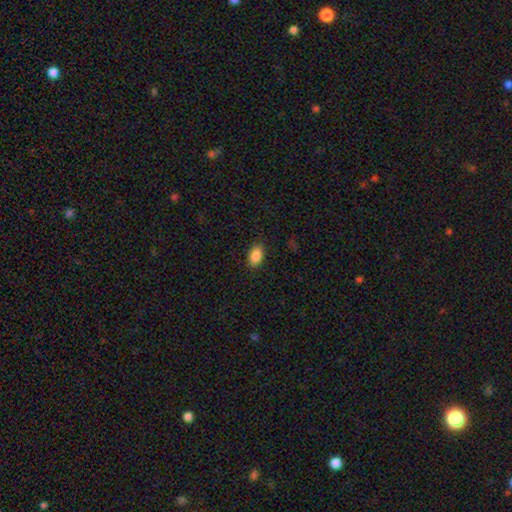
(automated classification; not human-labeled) A smooth galaxy with no disk features (88%) that is in between round and cigar-shaped (89%). Merging: none (86%).